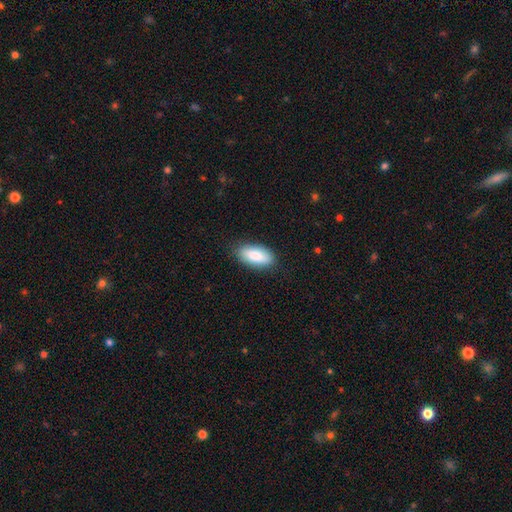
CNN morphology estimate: This appears to be a smooth galaxy with no disk features (84%) that is in between round and cigar-shaped (87%). Merging: none (86%).